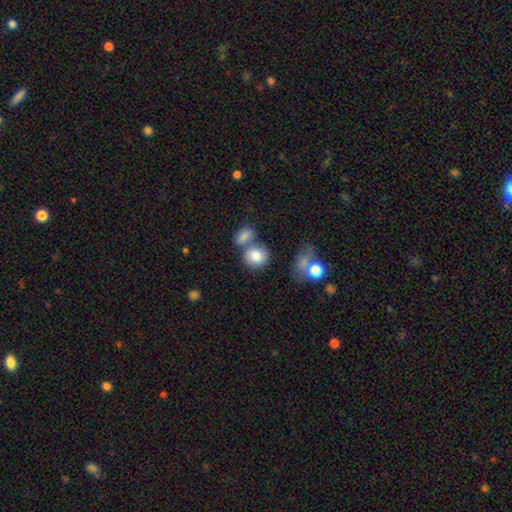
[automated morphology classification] Overall: smooth (81%). How rounded: round (74%). Merging: none (49%; merger 34%).